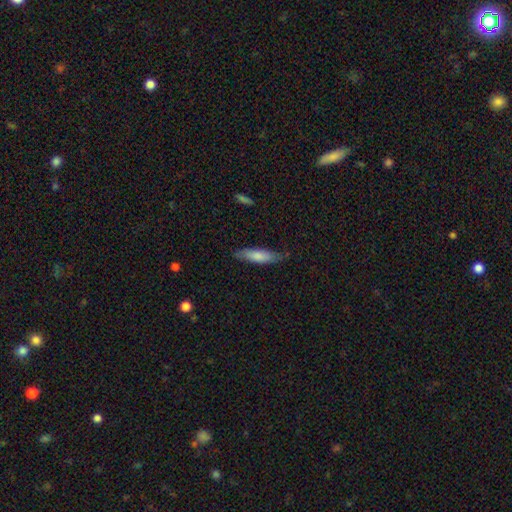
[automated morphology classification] type=smooth (61%); roundness=cigar-shaped (74%); merging=none (81%).